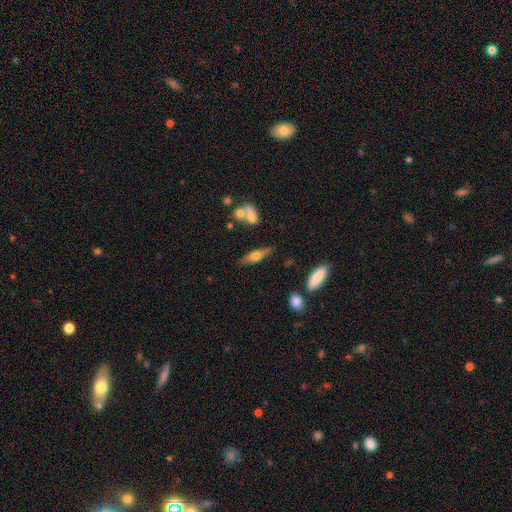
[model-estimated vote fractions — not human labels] smooth 47%, featured or disk 45%, star or artifact 8%. Down the decision tree: merging — none (75%).